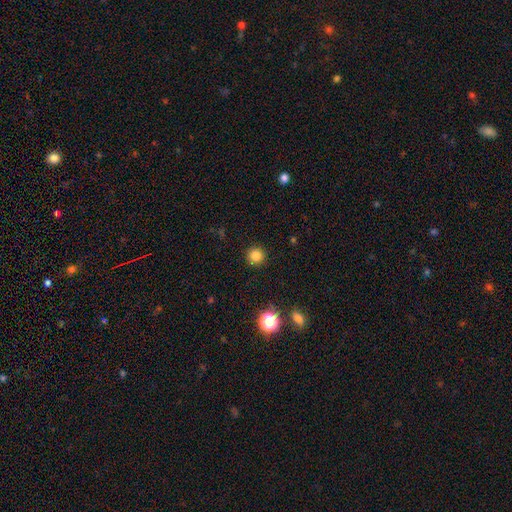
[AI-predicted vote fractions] Smooth or featured?
  - smooth: 82% *
  - star or artifact: 14%
  - featured or disk: 4%
How rounded?
  - round: 95% *
  - in between: 4%
  - cigar-shaped: 1%
Merging?
  - none: 91% *
  - minor disturbance: 5%
  - major disturbance: 2%
  - merger: 1%